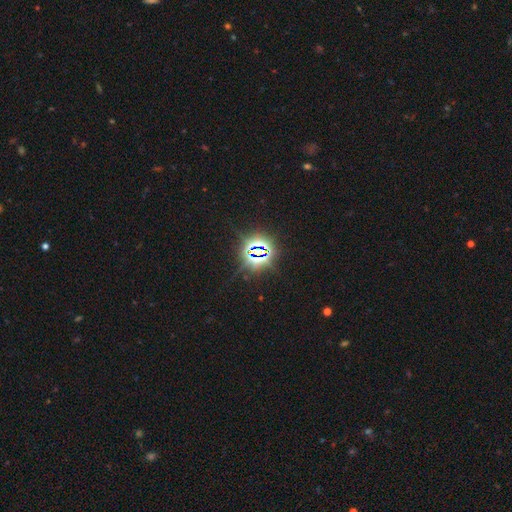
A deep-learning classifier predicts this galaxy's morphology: Smooth or featured? Predicted: star or artifact (p=0.82).